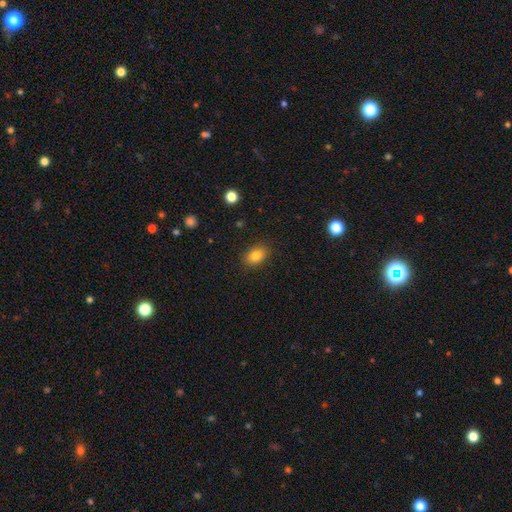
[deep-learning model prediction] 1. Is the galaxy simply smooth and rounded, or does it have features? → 82% smooth, 10% star or artifact, 8% featured or disk.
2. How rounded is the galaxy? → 80% in between, 18% round, 2% cigar-shaped.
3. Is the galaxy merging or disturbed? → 87% none, 9% minor disturbance, 2% major disturbance, 1% merger.